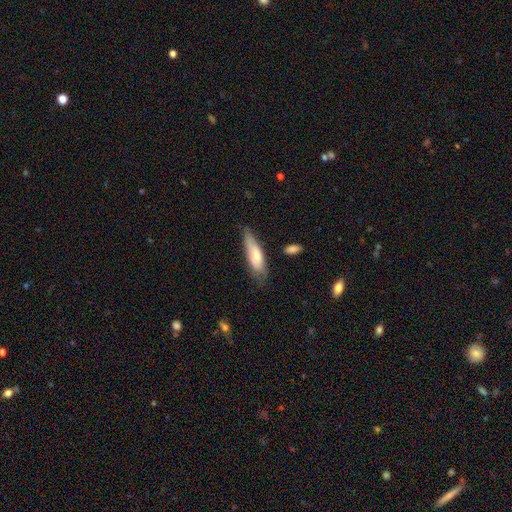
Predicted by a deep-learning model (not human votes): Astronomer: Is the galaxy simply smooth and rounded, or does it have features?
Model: smooth — 71%.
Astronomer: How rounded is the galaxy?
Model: cigar-shaped — 52% (runner-up: in between, 46%).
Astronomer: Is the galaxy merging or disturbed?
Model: none — 55% (runner-up: minor disturbance, 32%).